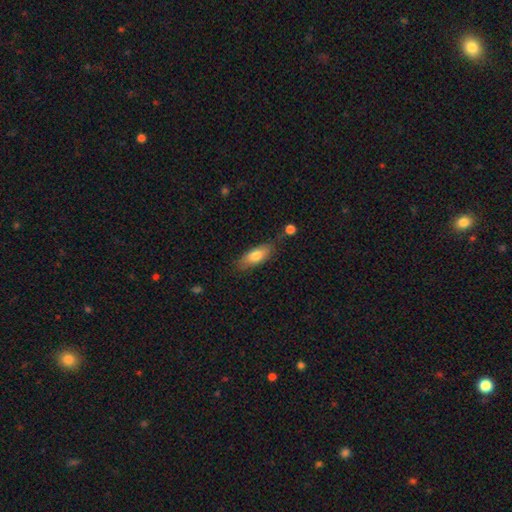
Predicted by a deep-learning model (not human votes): A smooth galaxy with no disk features (77%) that is in between round and cigar-shaped (74%). Merging: none (70%).